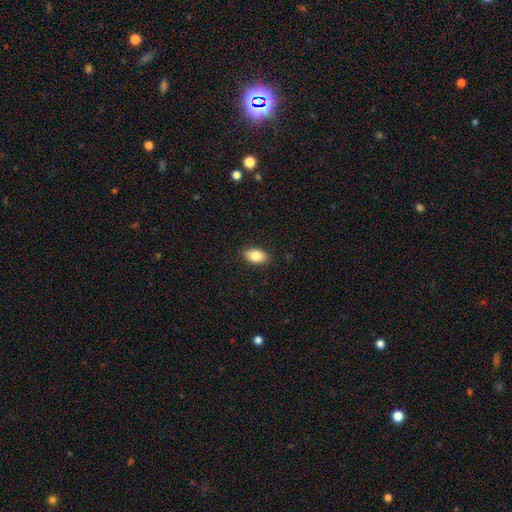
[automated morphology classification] smooth_or_featured: smooth (p=0.84) [alt: featured or disk p=0.09]
how_rounded: in between (p=0.91) [alt: round p=0.07]
merging: none (p=0.88) [alt: minor disturbance p=0.09]